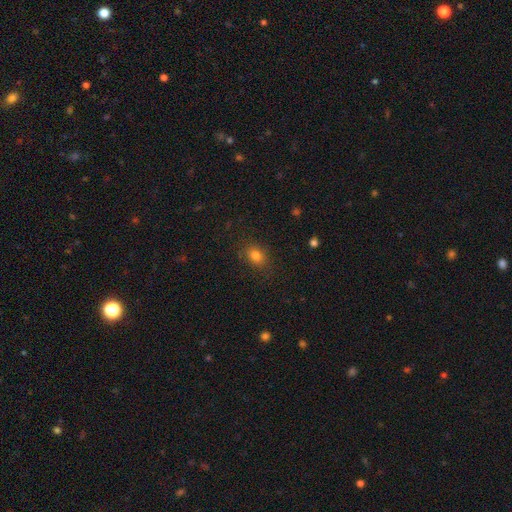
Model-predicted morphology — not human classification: The model was most divided on "how rounded": in between: 60%, round: 38%, cigar-shaped: 1%. More confident: merging — none (83%); smooth or featured — smooth (80%).